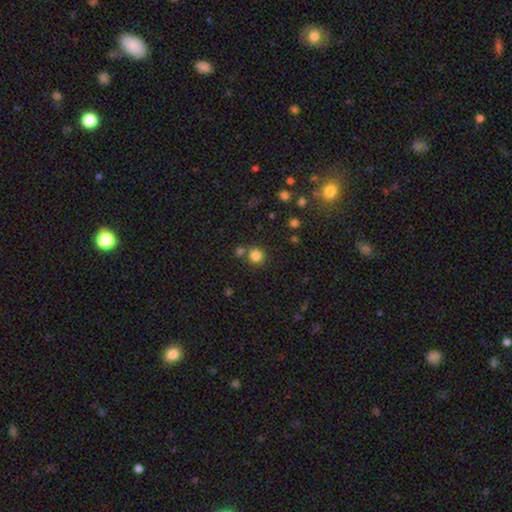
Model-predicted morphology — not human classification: smooth 83%, star or artifact 13%, featured or disk 4%. Down the decision tree: how rounded — round (91%); merging — none (75%).